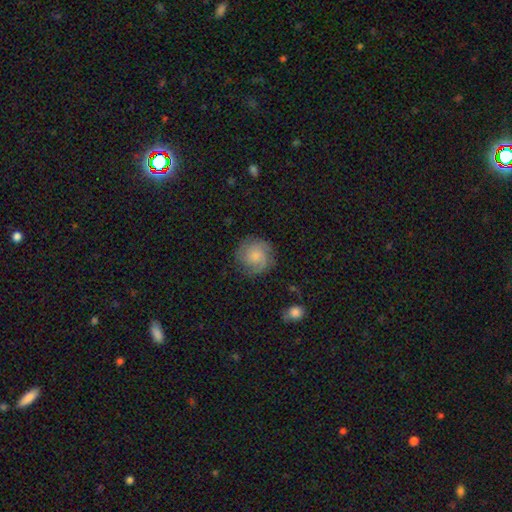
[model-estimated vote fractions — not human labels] The model was most divided on "spiral arm count": 2: 32%, can't tell: 25%, 3: 24%, 1: 9%, 4: 6%, more than 4: 5%. More confident: edge-on disk — no (98%); spiral arms — yes (92%); merging — none (77%); bar — no (75%); smooth or featured — featured or disk (56%); bulge size — small (55%); spiral winding — tight (51%).